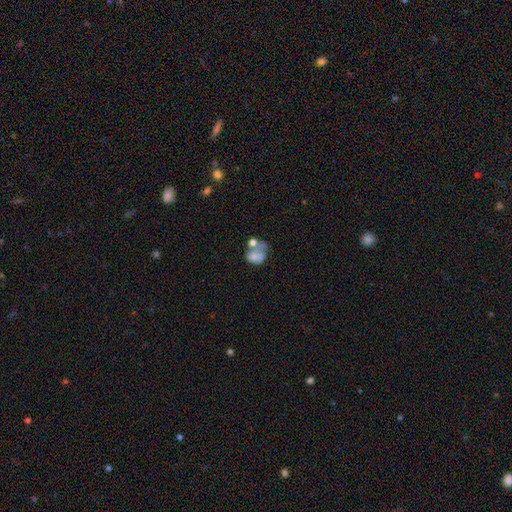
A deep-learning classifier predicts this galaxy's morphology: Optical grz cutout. It shows a smooth galaxy with no disk features (65%) that is in between round and cigar-shaped (60%). Merging: merger (38%).